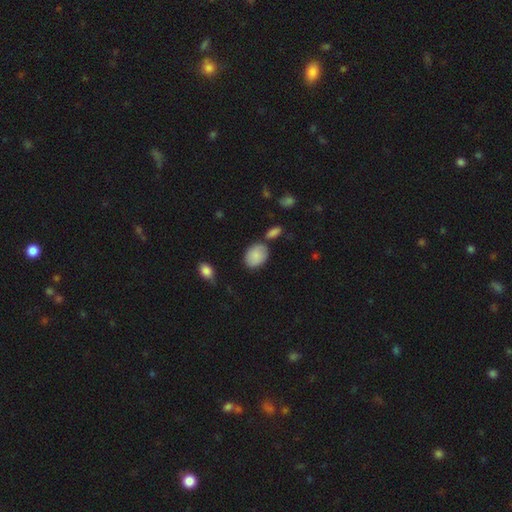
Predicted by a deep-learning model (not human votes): Smooth or featured? smooth (85%)
How rounded? in between (75%)
Merging? none (70%)